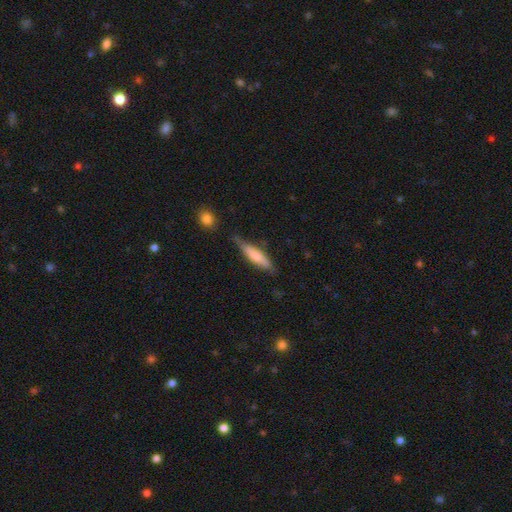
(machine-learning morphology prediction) Smooth or featured? Predicted: smooth (p=0.64). How rounded? Predicted: cigar-shaped (p=0.77). Merging? Predicted: none (p=0.67).